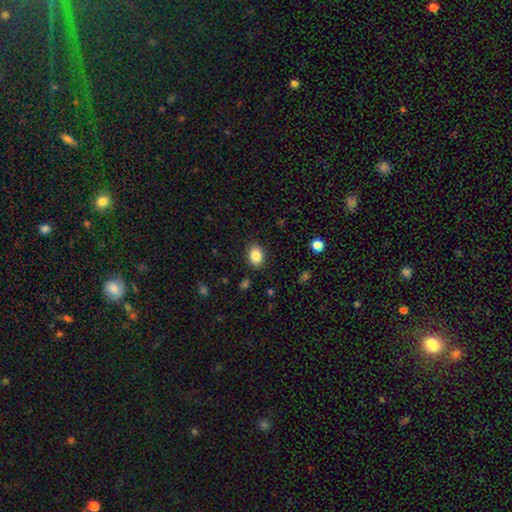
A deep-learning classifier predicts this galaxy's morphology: The model was most divided on "how rounded": in between: 66%, round: 33%, cigar-shaped: 1%. More confident: merging — none (88%); smooth or featured — smooth (86%).